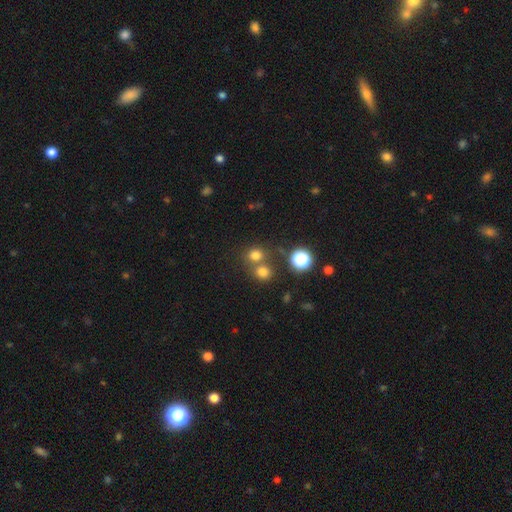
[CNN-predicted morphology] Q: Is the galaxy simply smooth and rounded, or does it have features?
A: smooth — 72%.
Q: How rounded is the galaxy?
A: round — 77%.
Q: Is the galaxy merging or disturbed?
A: none — 56%.